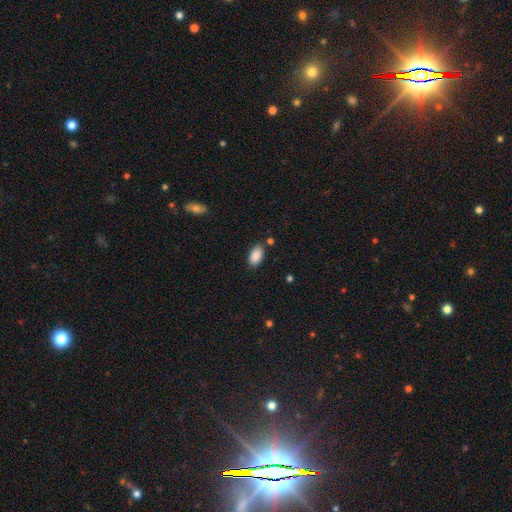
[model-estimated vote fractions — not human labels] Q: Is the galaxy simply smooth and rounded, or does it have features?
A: smooth — 89%.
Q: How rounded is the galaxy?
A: in between — 94%.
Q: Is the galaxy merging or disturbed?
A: none — 83%.